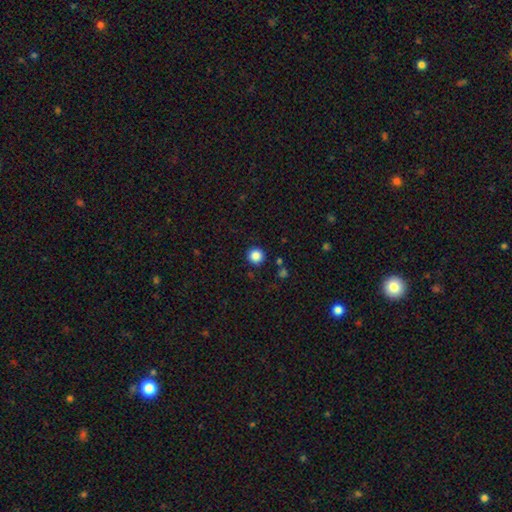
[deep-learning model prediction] The model was most divided on "smooth or featured": smooth: 86%, star or artifact: 11%, featured or disk: 3%. More confident: how rounded — round (96%); merging — none (91%).